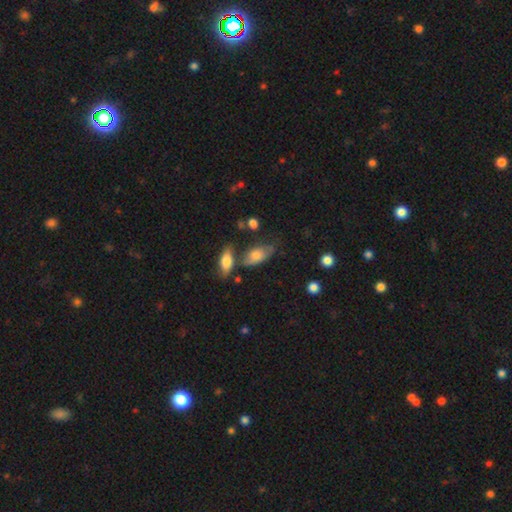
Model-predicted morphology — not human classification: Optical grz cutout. It shows a smooth galaxy with no disk features (72%) that is in between round and cigar-shaped (88%). Merging: none (49%).